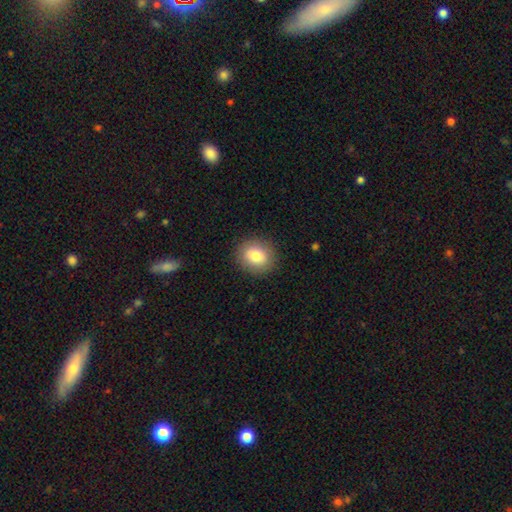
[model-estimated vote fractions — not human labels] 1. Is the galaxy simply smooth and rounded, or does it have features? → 80% smooth, 11% featured or disk, 9% star or artifact.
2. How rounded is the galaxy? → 76% round, 23% in between, 1% cigar-shaped.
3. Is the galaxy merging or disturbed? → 89% none, 7% minor disturbance, 2% major disturbance, 1% merger.